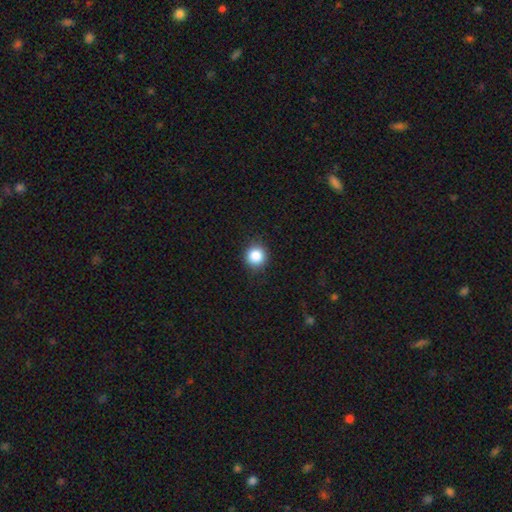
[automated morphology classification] smooth_or_featured: smooth (p=0.87) [alt: star or artifact p=0.10]
how_rounded: round (p=0.92) [alt: in between p=0.07]
merging: none (p=0.89) [alt: minor disturbance p=0.08]